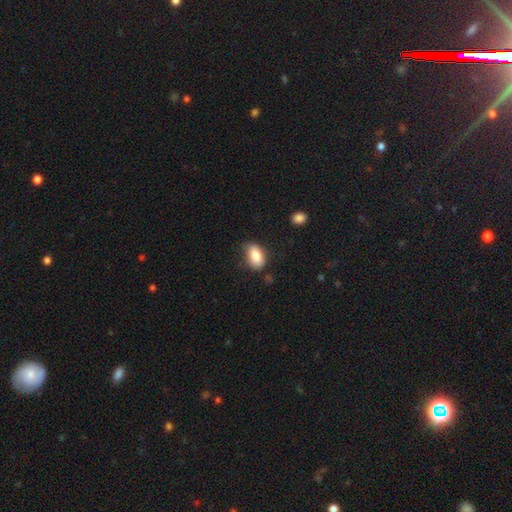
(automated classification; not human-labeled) Q: Smooth or featured?
A: smooth (85%); runner-up: star or artifact (8%)
Q: How rounded?
A: in between (90%); runner-up: round (8%)
Q: Merging?
A: none (66%); runner-up: minor disturbance (26%)